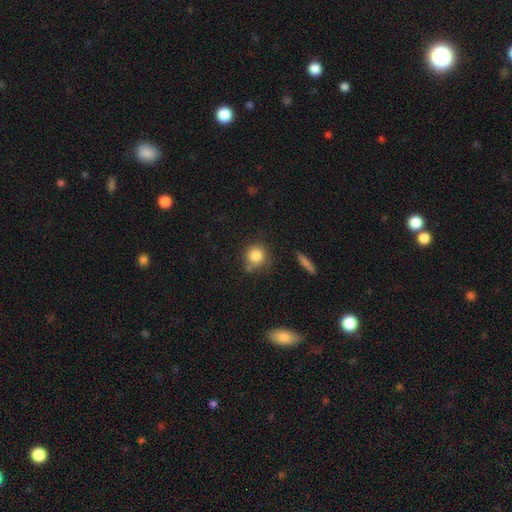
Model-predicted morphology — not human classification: smooth-or-featured: smooth: 84% | star or artifact: 10% | featured or disk: 6%
  how-rounded: round: 89% | in between: 10% | cigar-shaped: 1%
  merging: none: 72% | minor disturbance: 15% | merger: 9% | major disturbance: 4%